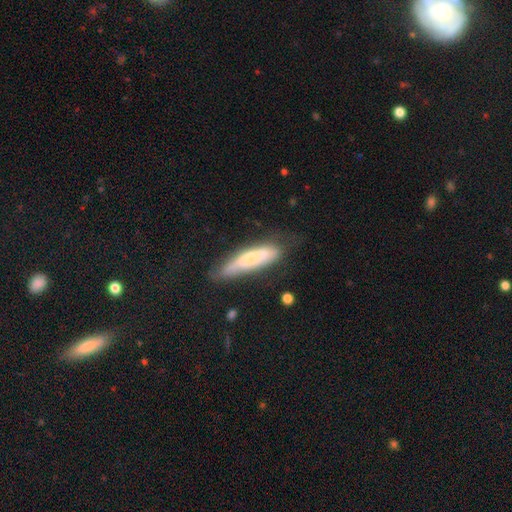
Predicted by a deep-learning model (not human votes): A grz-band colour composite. It shows a smooth galaxy with no disk features (55%) that is cigar-shaped (67%). Merging: none (54%).